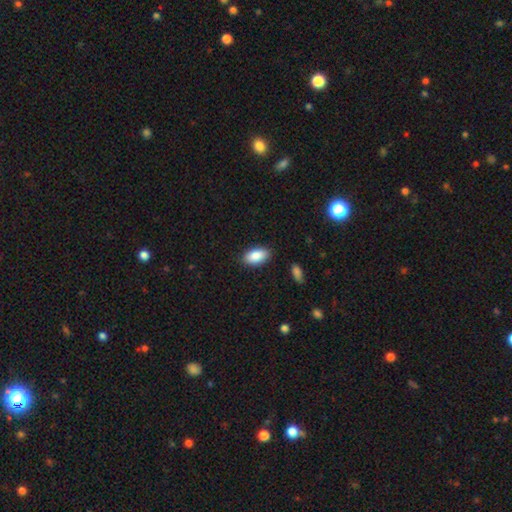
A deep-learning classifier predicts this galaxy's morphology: This appears to be a smooth galaxy with no disk features (88%) that is in between round and cigar-shaped (93%). Merging: none (87%).